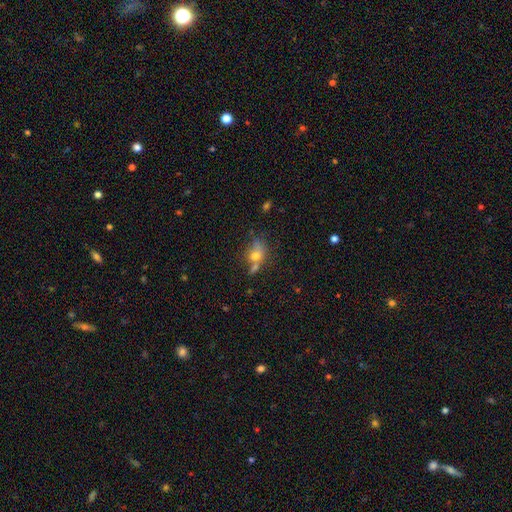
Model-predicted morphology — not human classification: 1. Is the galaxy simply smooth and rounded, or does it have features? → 68% smooth, 20% featured or disk, 13% star or artifact.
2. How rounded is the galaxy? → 60% in between, 36% round, 4% cigar-shaped.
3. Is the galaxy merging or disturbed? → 37% none, 32% merger, 19% minor disturbance, 12% major disturbance.